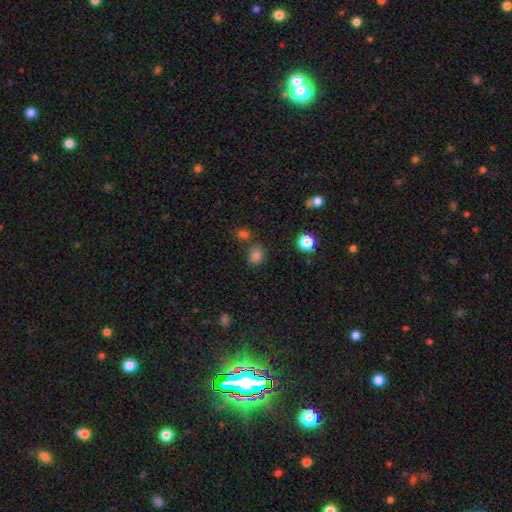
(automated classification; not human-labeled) A smooth galaxy with no disk features (79%) that is round (55%). Merging: none (70%).